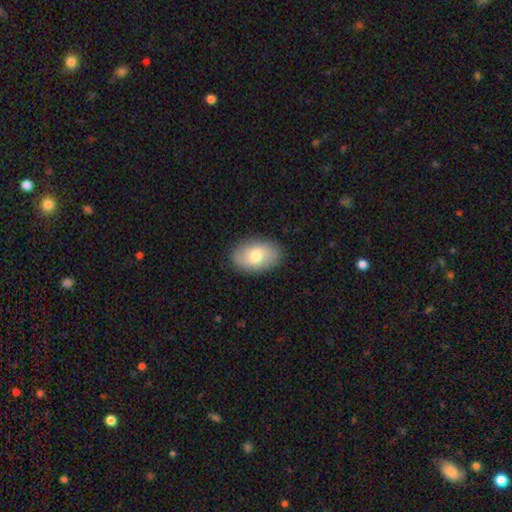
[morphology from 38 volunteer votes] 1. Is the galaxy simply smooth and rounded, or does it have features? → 76% smooth, 18% featured or disk, 5% star or artifact.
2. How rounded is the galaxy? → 93% in between, 7% round, 0% cigar-shaped.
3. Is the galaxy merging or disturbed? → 89% none, 8% minor disturbance, 3% major disturbance, 0% merger.